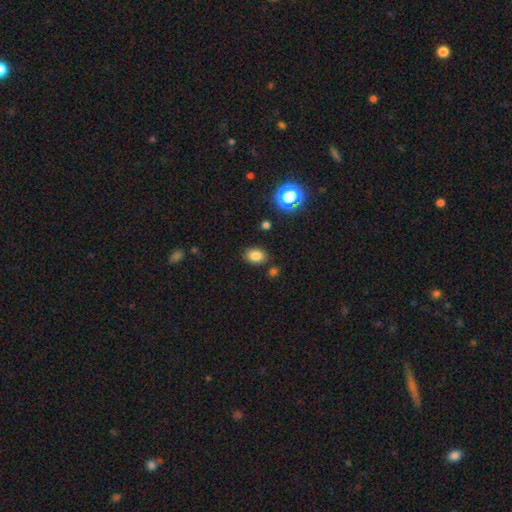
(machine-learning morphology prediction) A smooth galaxy with no disk features (82%) that is in between round and cigar-shaped (72%). Merging: none (83%).